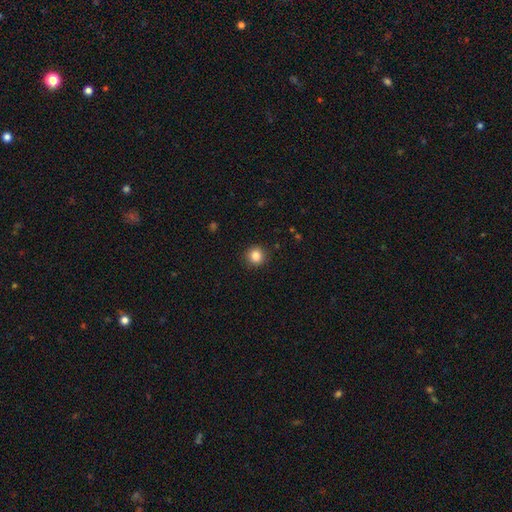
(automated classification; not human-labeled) This is clearly a smooth galaxy (85%). How rounded: clearly round (93%). Merging: clearly none (91%).